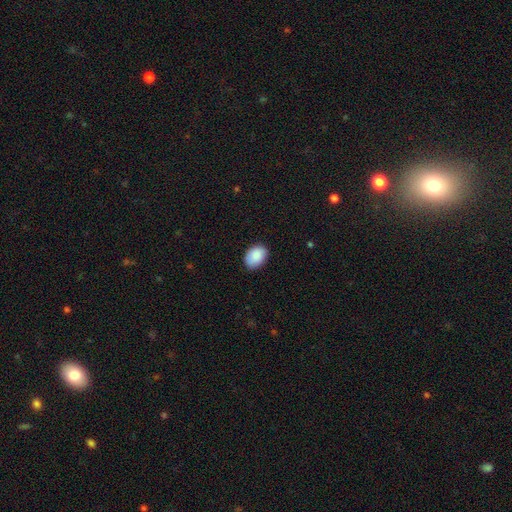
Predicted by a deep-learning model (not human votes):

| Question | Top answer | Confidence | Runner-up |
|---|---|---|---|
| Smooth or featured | smooth | 88% | star or artifact (7%) |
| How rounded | in between | 79% | round (20%) |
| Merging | none | 83% | minor disturbance (14%) |